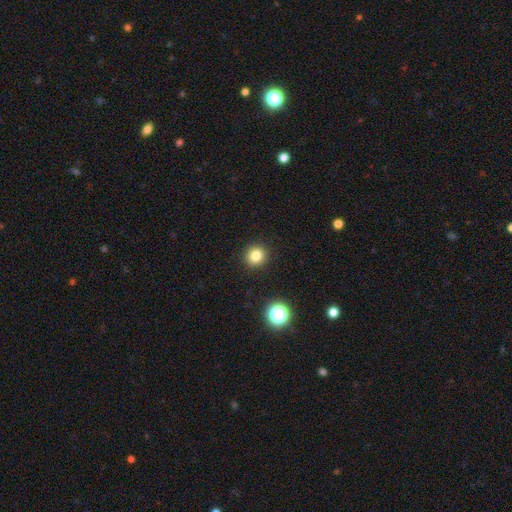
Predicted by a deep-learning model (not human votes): This is clearly a smooth galaxy (81%). How rounded: clearly round (92%). Merging: clearly none (92%).